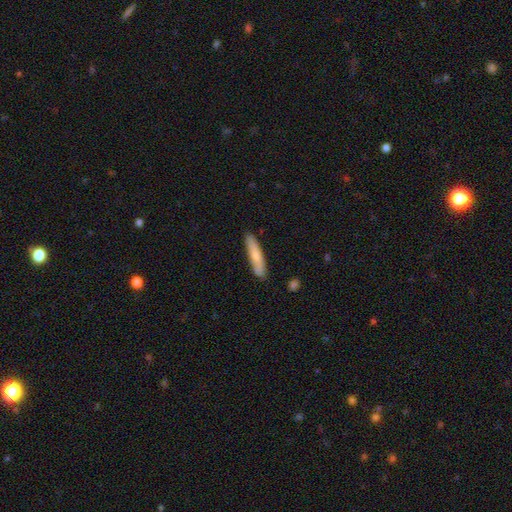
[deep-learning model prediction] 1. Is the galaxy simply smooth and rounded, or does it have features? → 72% smooth, 22% featured or disk, 5% star or artifact.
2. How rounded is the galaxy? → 86% cigar-shaped, 12% in between, 1% round.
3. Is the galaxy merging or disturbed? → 84% none, 13% minor disturbance, 2% major disturbance, 2% merger.